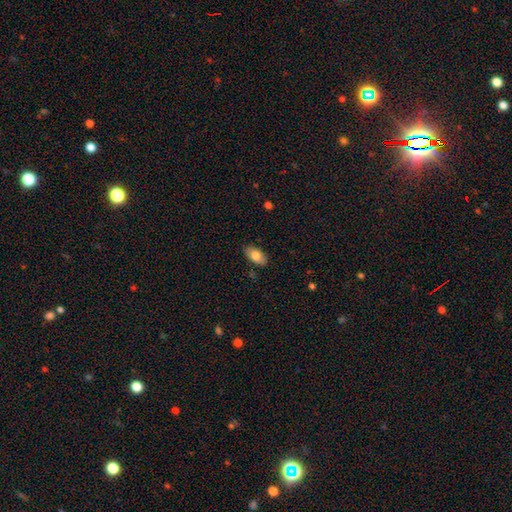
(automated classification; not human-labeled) The model was most divided on "smooth or featured": smooth: 79%, featured or disk: 14%, star or artifact: 6%. More confident: how rounded — in between (93%); merging — none (87%).